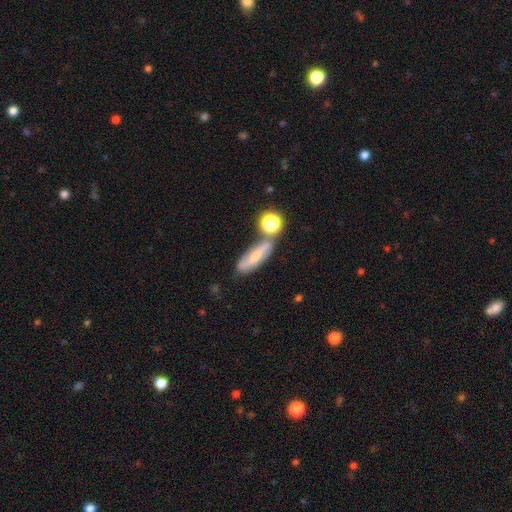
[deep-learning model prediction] This appears to be a featured or disk galaxy (53%). Merging: none (64%).